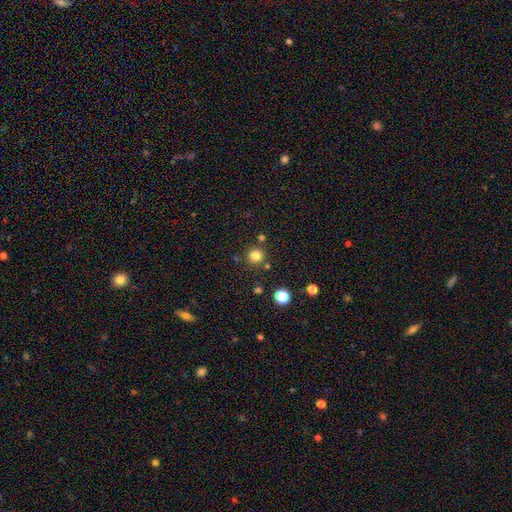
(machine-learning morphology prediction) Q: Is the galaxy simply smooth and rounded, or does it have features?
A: smooth — 81%.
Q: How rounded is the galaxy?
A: round — 94%.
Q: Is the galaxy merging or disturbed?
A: none — 85%.